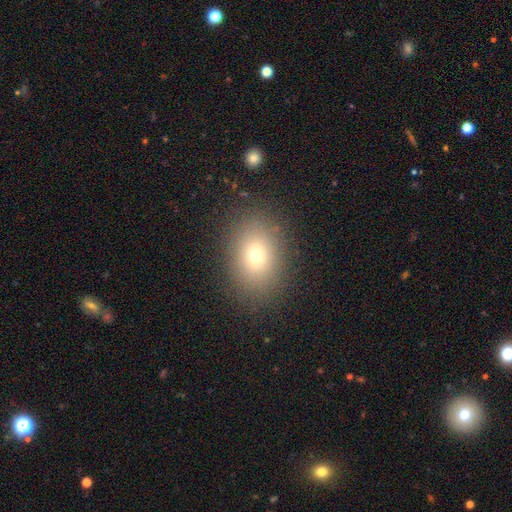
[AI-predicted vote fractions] Smooth or featured: smooth — 70% (star or artifact — 16%)
How rounded: in between — 65% (round — 34%)
Merging: none — 86% (minor disturbance — 8%)